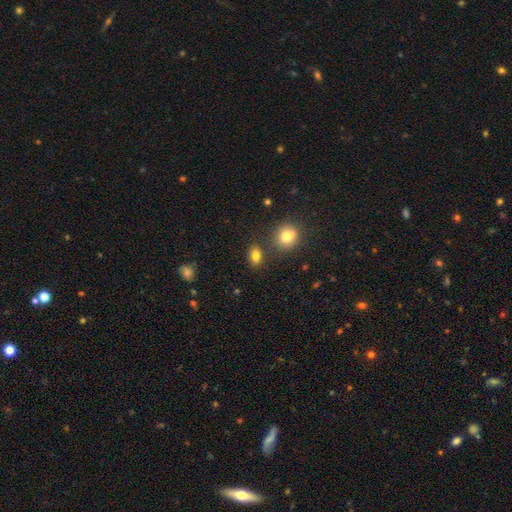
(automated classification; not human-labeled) smooth-or-featured: smooth: 82% | star or artifact: 11% | featured or disk: 7%
  how-rounded: in between: 78% | round: 20% | cigar-shaped: 2%
  merging: none: 78% | minor disturbance: 11% | merger: 8% | major disturbance: 3%